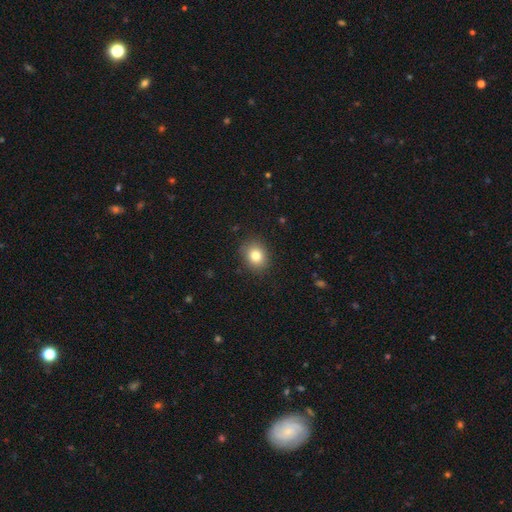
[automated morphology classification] This is clearly a smooth galaxy (82%). How rounded: possibly round (58%). Merging: clearly none (86%).